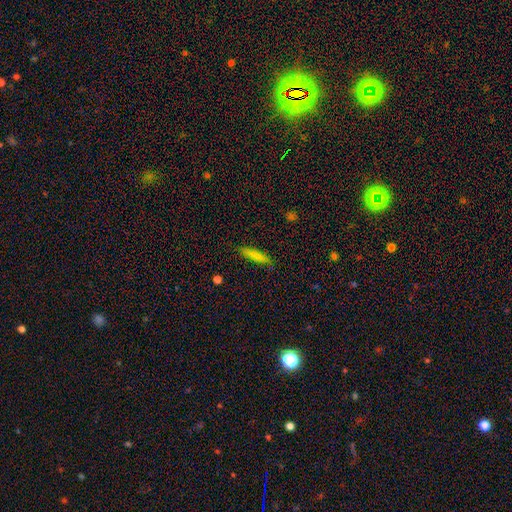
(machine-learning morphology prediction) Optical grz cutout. It shows a smooth galaxy with no disk features (79%) that is cigar-shaped (84%). Merging: none (83%).